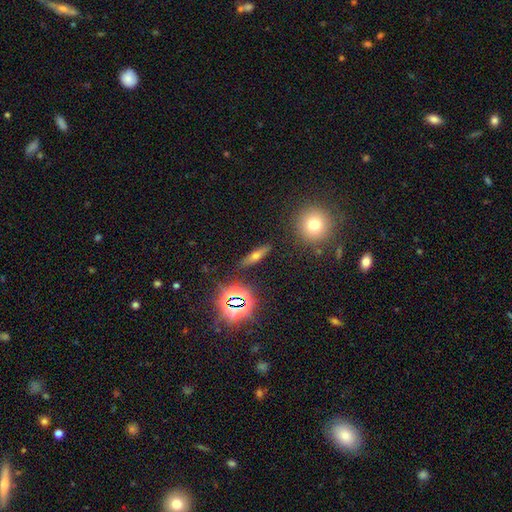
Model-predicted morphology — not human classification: This appears to be a smooth galaxy with no disk features (40%). Merging: none (87%).